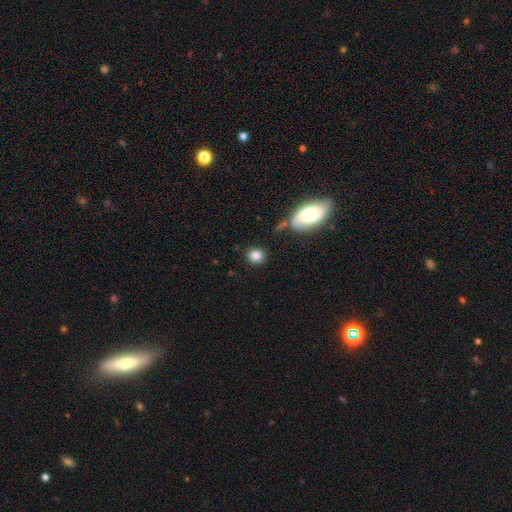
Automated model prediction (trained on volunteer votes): smooth 85%, star or artifact 9%, featured or disk 6%. Down the decision tree: how rounded — round (80%); merging — none (83%).